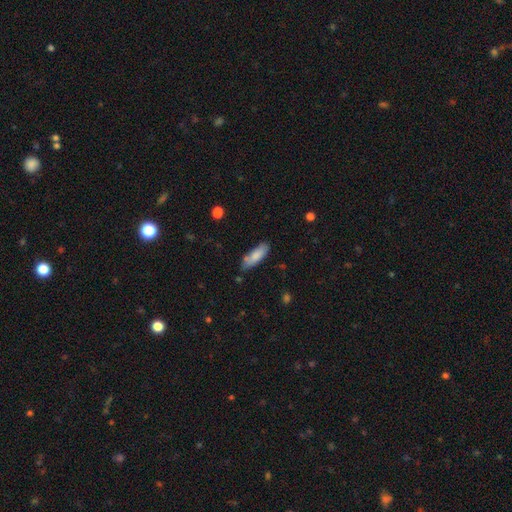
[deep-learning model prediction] The model was most divided on "how rounded": in between: 60%, cigar-shaped: 38%, round: 2%. More confident: smooth or featured — smooth (81%); merging — none (69%).